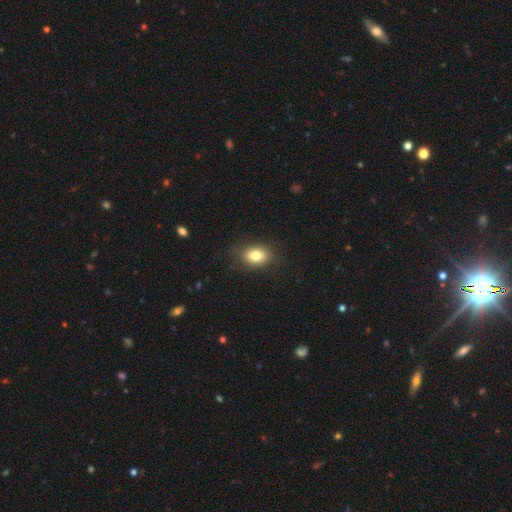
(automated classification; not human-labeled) This appears to be a smooth galaxy with no disk features (82%) that is in between round and cigar-shaped (72%). Merging: none (84%).